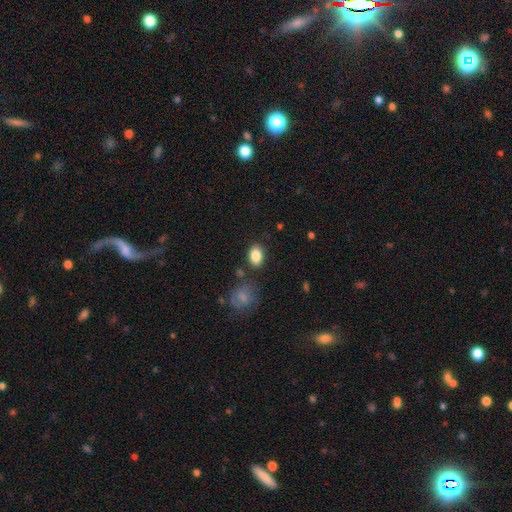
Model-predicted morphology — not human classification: Q: Smooth or featured?
A: smooth (86%); runner-up: star or artifact (8%)
Q: How rounded?
A: in between (81%); runner-up: round (18%)
Q: Merging?
A: none (80%); runner-up: minor disturbance (12%)